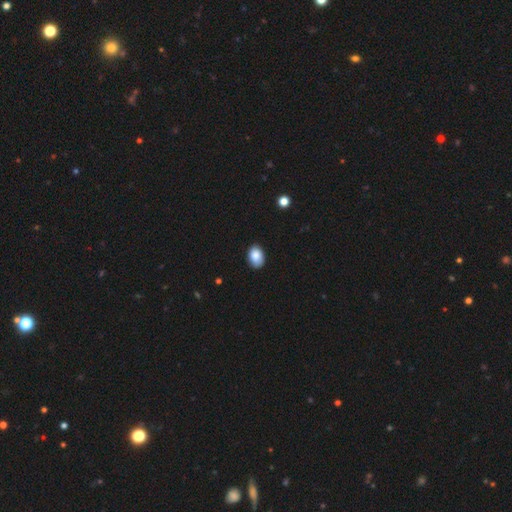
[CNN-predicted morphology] Smooth or featured? Predicted: smooth (p=0.87). How rounded? Predicted: in between (p=0.84). Merging? Predicted: none (p=0.84).